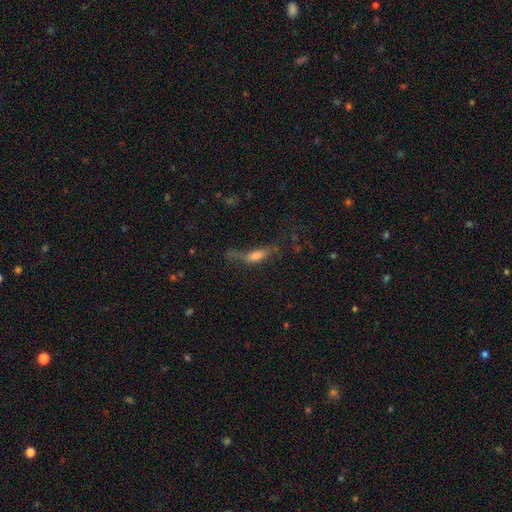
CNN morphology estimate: The model was most divided on "merging": none: 37%, major disturbance: 32%, minor disturbance: 25%, merger: 6%. More confident: how rounded — cigar-shaped (56%); smooth or featured — smooth (55%).